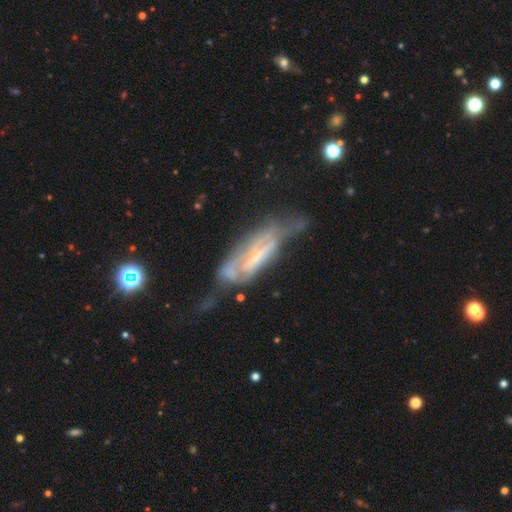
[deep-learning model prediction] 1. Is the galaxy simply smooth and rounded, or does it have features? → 71% featured or disk, 20% smooth, 9% star or artifact.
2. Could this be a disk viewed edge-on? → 67% no, 33% yes.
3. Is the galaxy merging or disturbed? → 33% major disturbance, 30% none, 26% minor disturbance, 10% merger.